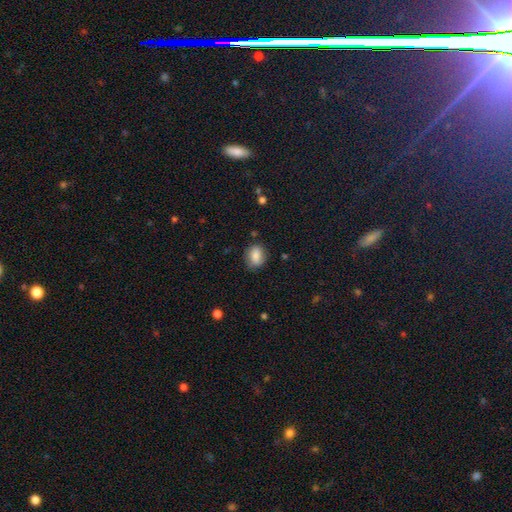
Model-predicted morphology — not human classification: type=smooth (78%); roundness=in between (58%); merging=none (76%).